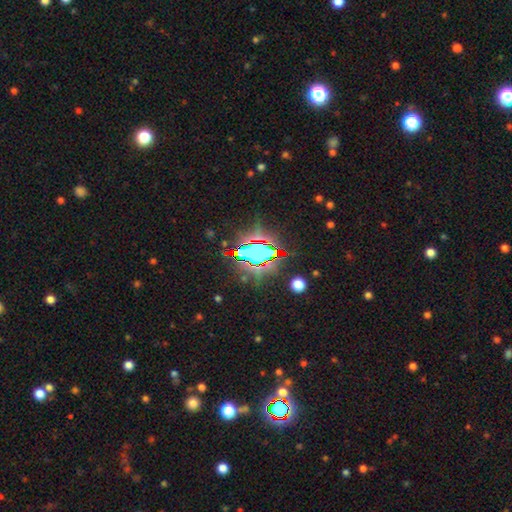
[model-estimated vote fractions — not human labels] Smooth or featured? star or artifact (83%)